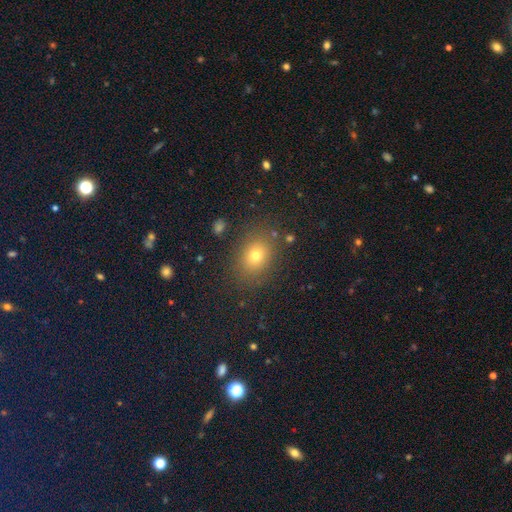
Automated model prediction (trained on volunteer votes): Morphology: type=smooth (72%); roundness=in between (54%); merging=none (84%).